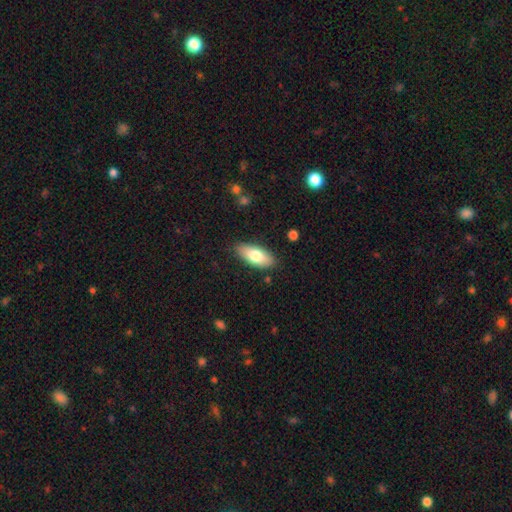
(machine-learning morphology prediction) This appears to be a smooth galaxy with no disk features (75%) that is in between round and cigar-shaped (82%). Merging: none (87%).